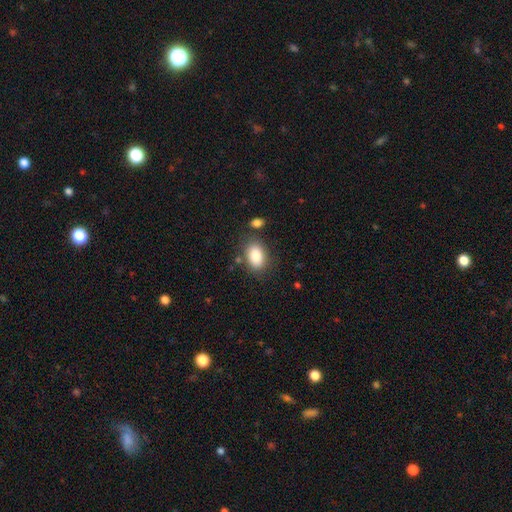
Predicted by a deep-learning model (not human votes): A smooth galaxy with no disk features (85%) that is in between round and cigar-shaped (88%).

Vote fractions:
- Smooth or featured? smooth: 85% / featured or disk: 8% / star or artifact: 7%
- How rounded? in between: 88% / round: 11% / cigar-shaped: 1%
- Merging? none: 75% / minor disturbance: 14% / merger: 7% / major disturbance: 5%